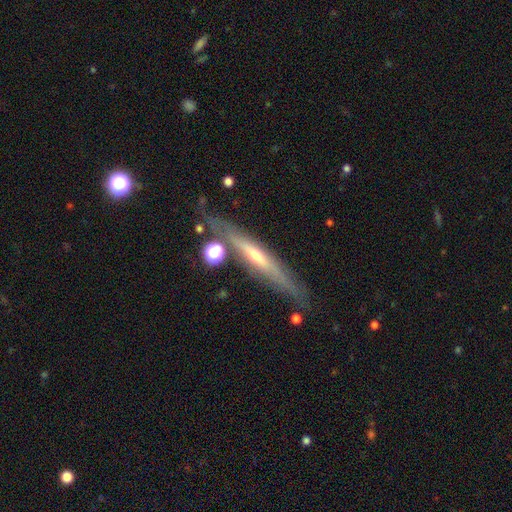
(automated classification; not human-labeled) The model was most divided on "edge-on bulge": rounded: 63%, none: 30%, boxy: 7%. More confident: edge-on disk — yes (90%); merging — none (76%); smooth or featured — featured or disk (70%).